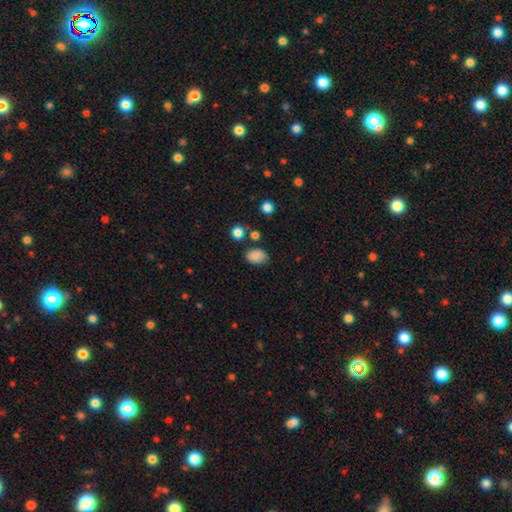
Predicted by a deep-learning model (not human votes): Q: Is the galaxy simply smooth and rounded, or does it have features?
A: smooth — 83%.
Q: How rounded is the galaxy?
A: in between — 78%.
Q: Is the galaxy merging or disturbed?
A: none — 71%.